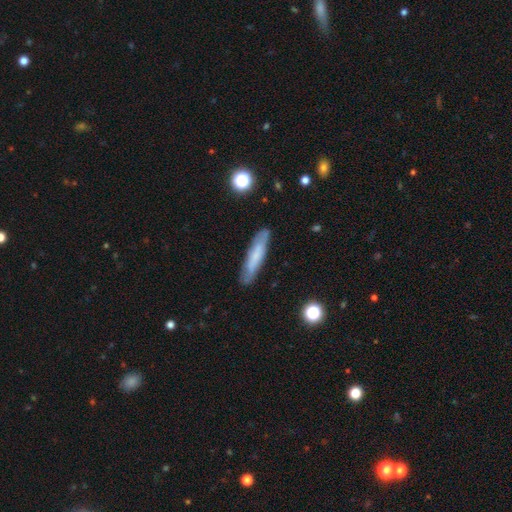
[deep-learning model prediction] Overall: smooth (65%; featured or disk 28%). How rounded: cigar-shaped (86%). Merging: none (84%).